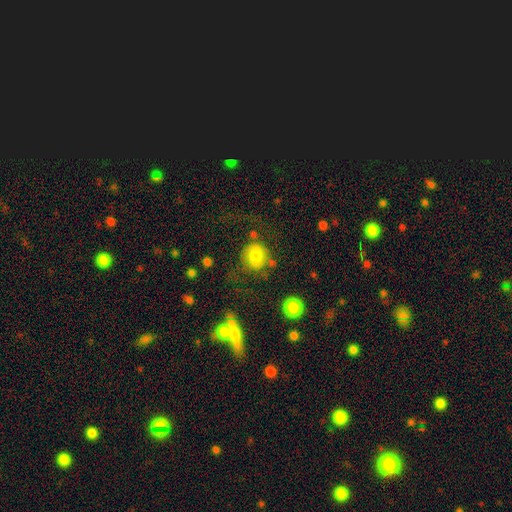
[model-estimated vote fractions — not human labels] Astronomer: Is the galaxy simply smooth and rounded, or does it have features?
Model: smooth — 68%.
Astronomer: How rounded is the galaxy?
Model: round — 70%.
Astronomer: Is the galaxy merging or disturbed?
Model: none — 49%.